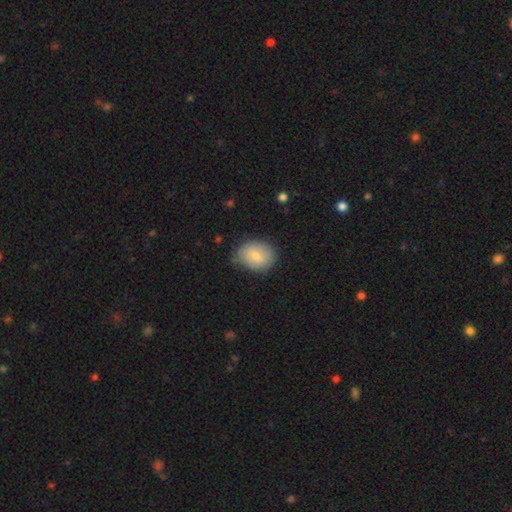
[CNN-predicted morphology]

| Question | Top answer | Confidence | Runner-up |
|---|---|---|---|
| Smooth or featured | smooth | 79% | featured or disk (14%) |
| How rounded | in between | 56% | round (43%) |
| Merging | none | 71% | minor disturbance (22%) |